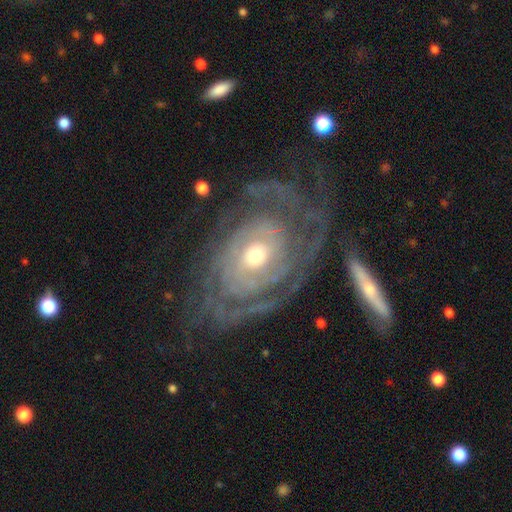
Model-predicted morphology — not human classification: The model was most divided on "bulge size": moderate: 48%, small: 46%, large: 4%, dominant: 1%, none: 1%. Remaining: edge-on disk — no (95%); spiral arms — yes (91%); smooth or featured — featured or disk (86%); bar — no (74%); spiral winding — tight (69%); merging — none (60%); spiral arm count — can't tell (38%).